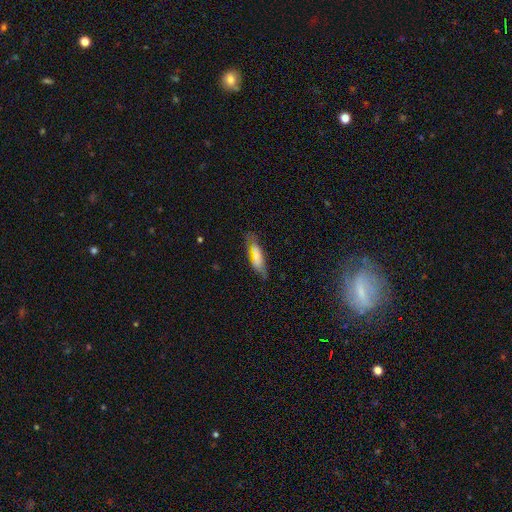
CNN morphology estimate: Overall: smooth (54%; featured or disk 38%). How rounded: cigar-shaped (52%; in between 46%). Merging: none (63%; minor disturbance 24%).